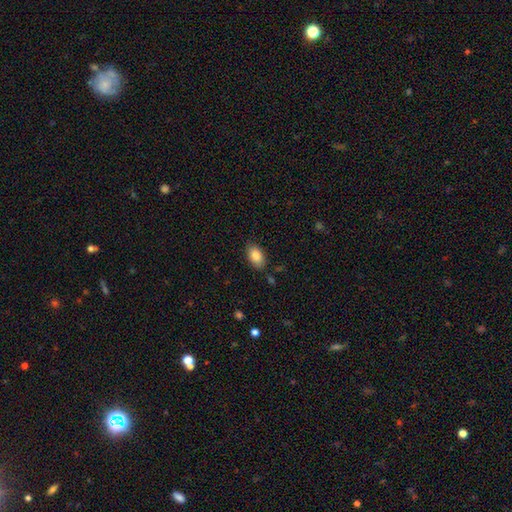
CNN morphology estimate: Overall: smooth (85%). How rounded: in between (90%). Merging: none (84%).